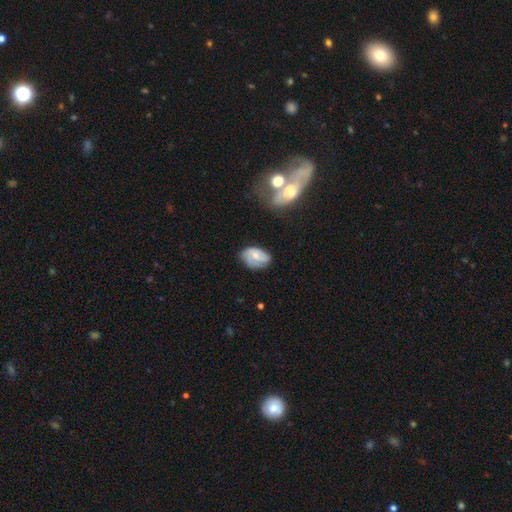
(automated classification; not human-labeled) Q: Smooth or featured?
A: smooth (48%); runner-up: featured or disk (44%)
Q: Merging?
A: none (58%); runner-up: minor disturbance (30%)